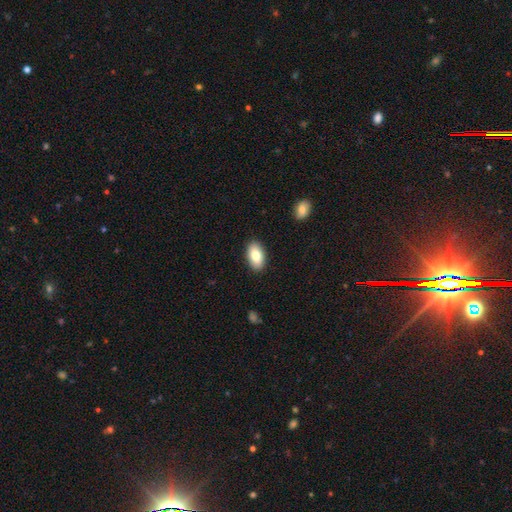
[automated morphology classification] This appears to be a smooth galaxy with no disk features (81%) that is in between round and cigar-shaped (94%). Merging: none (89%).